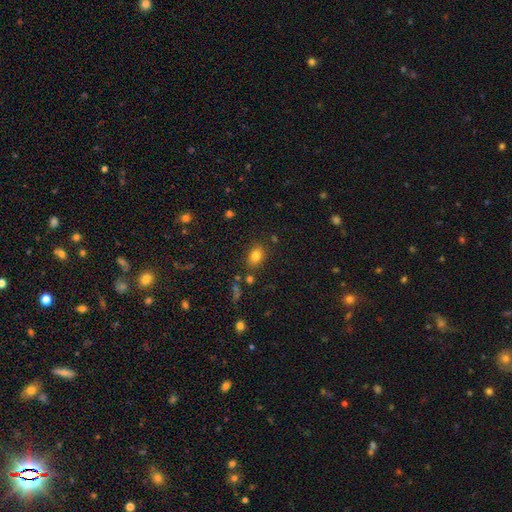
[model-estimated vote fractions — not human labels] A smooth galaxy with no disk features (80%) that is in between round and cigar-shaped (76%). Merging: none (80%).